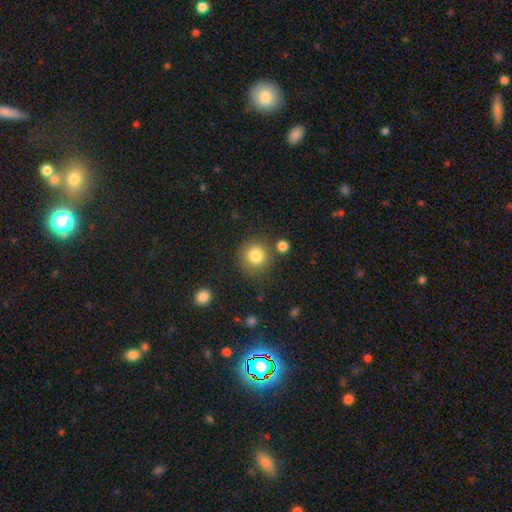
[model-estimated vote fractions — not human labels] smooth 83%, star or artifact 10%, featured or disk 7%. Down the decision tree: how rounded — round (92%); merging — none (78%).